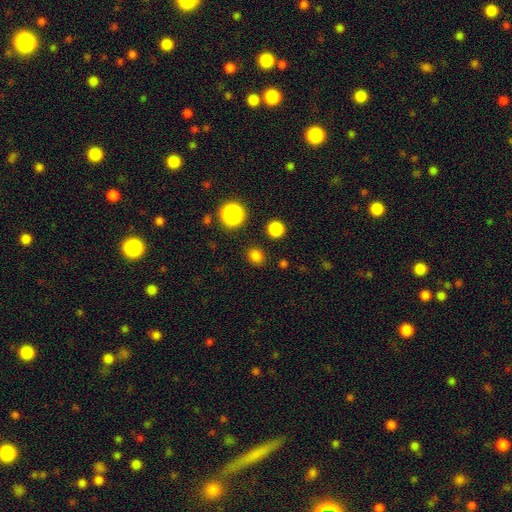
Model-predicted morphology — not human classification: Smooth or featured?
  - smooth: 78% *
  - star or artifact: 18%
  - featured or disk: 4%
How rounded?
  - round: 70% *
  - in between: 29%
  - cigar-shaped: 1%
Merging?
  - none: 87% *
  - minor disturbance: 8%
  - major disturbance: 3%
  - merger: 3%